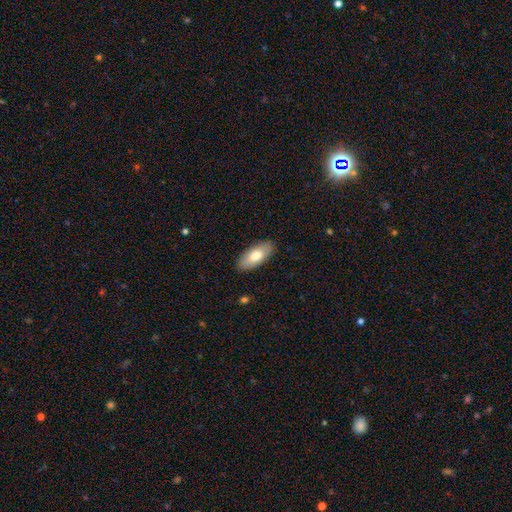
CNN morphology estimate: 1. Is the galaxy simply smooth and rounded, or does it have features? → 75% smooth, 19% featured or disk, 6% star or artifact.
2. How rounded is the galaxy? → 88% in between, 10% cigar-shaped, 2% round.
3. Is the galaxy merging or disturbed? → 88% none, 9% minor disturbance, 2% major disturbance, 1% merger.